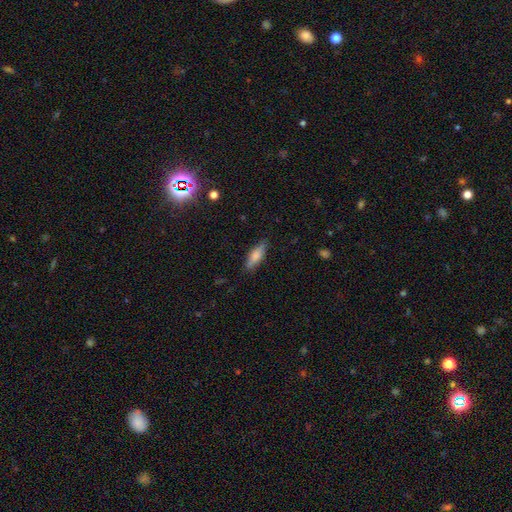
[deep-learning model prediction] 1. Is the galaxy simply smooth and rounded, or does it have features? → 75% smooth, 19% featured or disk, 7% star or artifact.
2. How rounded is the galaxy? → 54% in between, 44% cigar-shaped, 2% round.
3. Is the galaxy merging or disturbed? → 83% none, 13% minor disturbance, 3% major disturbance, 1% merger.